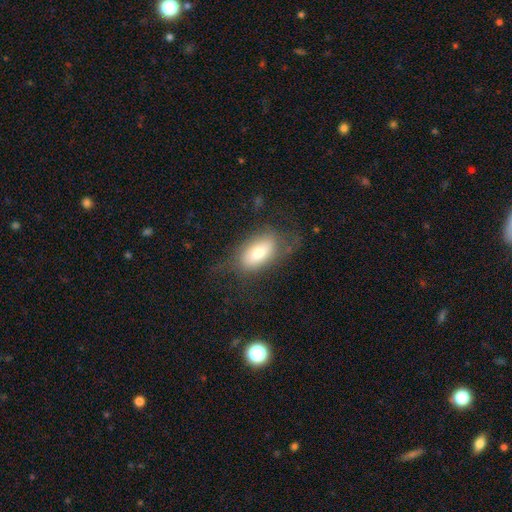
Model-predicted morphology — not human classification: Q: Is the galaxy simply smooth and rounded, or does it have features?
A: smooth — 60%.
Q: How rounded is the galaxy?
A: in between — 89%.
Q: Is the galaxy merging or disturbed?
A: none — 57%.